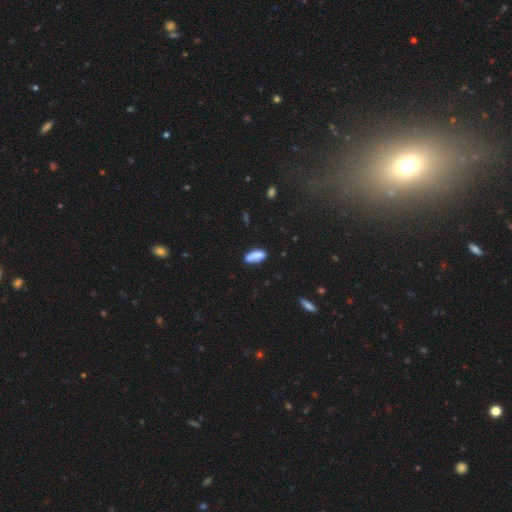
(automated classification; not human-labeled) Morphology: type=smooth (76%); roundness=in between (86%); merging=none (47%).